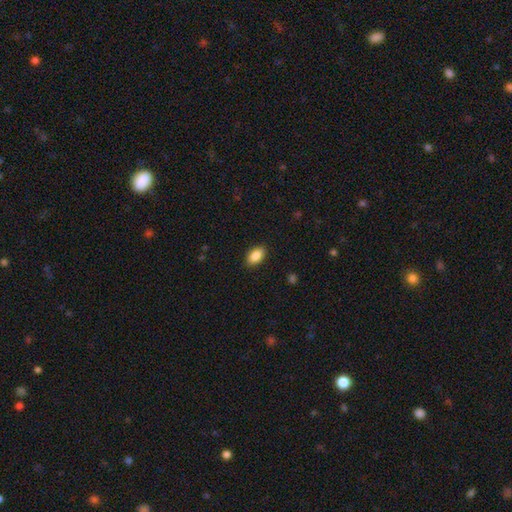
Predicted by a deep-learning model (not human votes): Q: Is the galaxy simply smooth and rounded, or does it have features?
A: smooth — 89%.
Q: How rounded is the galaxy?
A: in between — 92%.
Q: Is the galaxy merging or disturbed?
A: none — 88%.